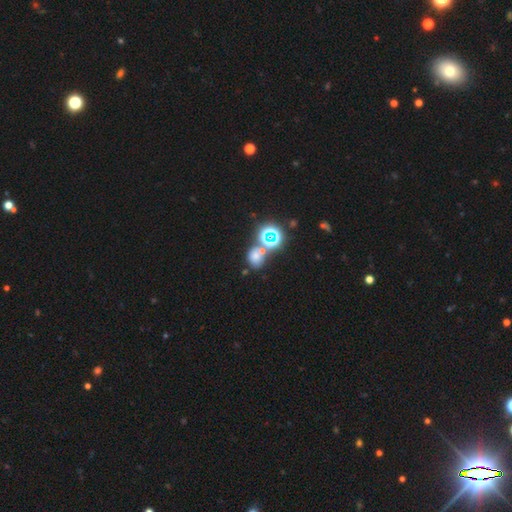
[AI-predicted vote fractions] The model was most divided on "how rounded": round: 59%, in between: 40%, cigar-shaped: 1%. More confident: smooth or featured — smooth (57%); merging — none (51%).